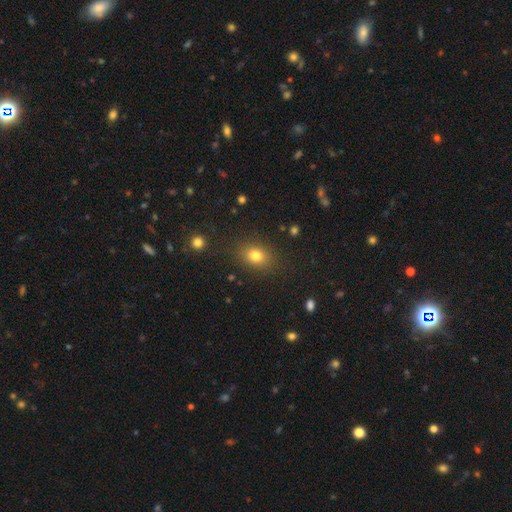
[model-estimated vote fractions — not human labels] Morphology: type=smooth (80%); roundness=in between (56%); merging=none (85%).